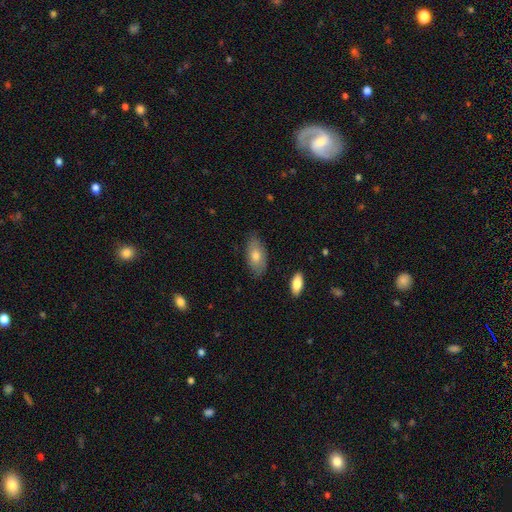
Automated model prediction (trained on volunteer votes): Smooth or featured? Predicted: smooth (p=0.70). How rounded? Predicted: in between (p=0.91). Merging? Predicted: none (p=0.81).